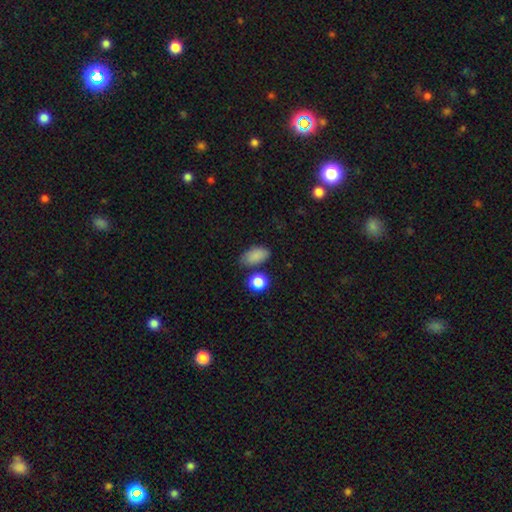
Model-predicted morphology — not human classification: smooth-or-featured: smooth: 85% | star or artifact: 9% | featured or disk: 6%
  how-rounded: in between: 89% | round: 9% | cigar-shaped: 2%
  merging: none: 70% | minor disturbance: 18% | merger: 8% | major disturbance: 5%